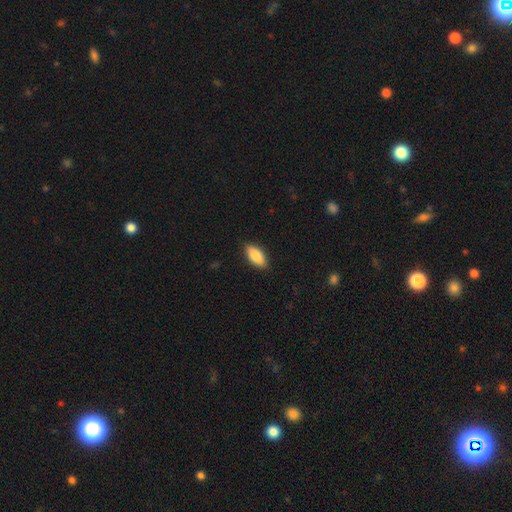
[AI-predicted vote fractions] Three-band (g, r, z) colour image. It shows a smooth galaxy with no disk features (85%) that is in between round and cigar-shaped (83%). Merging: none (89%).